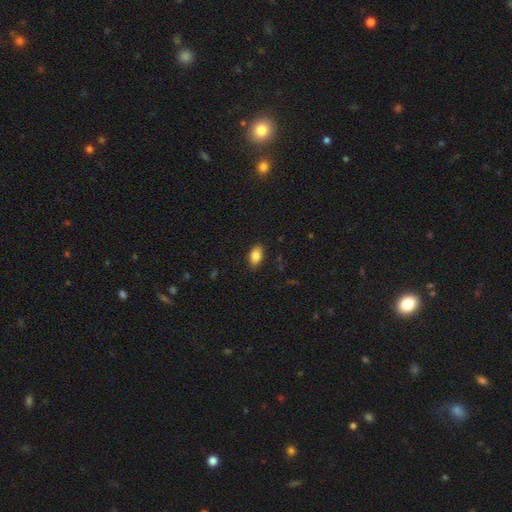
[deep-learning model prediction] A smooth galaxy with no disk features (84%) that is in between round and cigar-shaped (89%).

Vote fractions:
- Smooth or featured? smooth: 84% / featured or disk: 8% / star or artifact: 8%
- How rounded? in between: 89% / round: 8% / cigar-shaped: 3%
- Merging? none: 86% / minor disturbance: 11% / major disturbance: 2% / merger: 1%